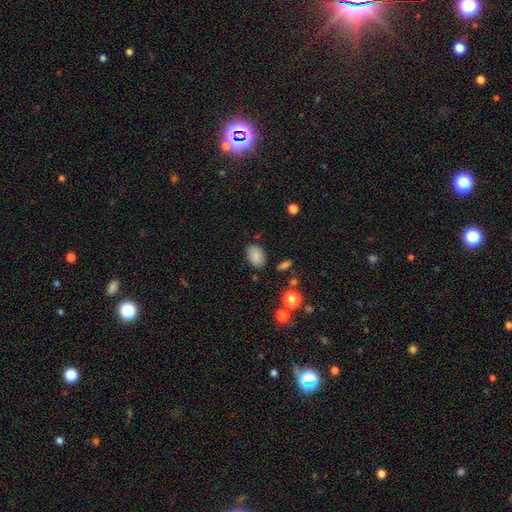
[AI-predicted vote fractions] A smooth galaxy with no disk features (85%) that is in between round and cigar-shaped (87%). Merging: none (80%).